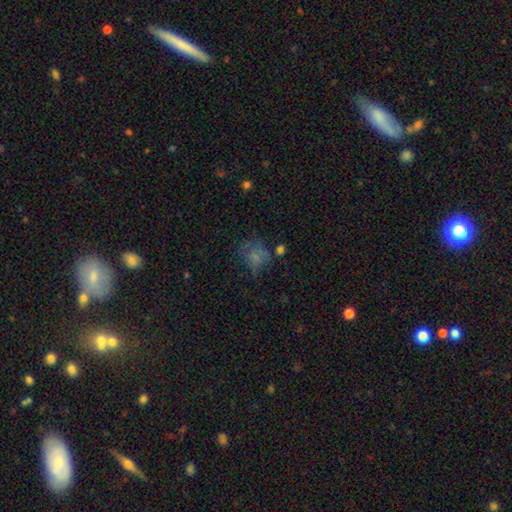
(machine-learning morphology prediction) Smooth or featured? Predicted: smooth (p=0.61). How rounded? Predicted: round (p=0.61). Merging? Predicted: none (p=0.46).